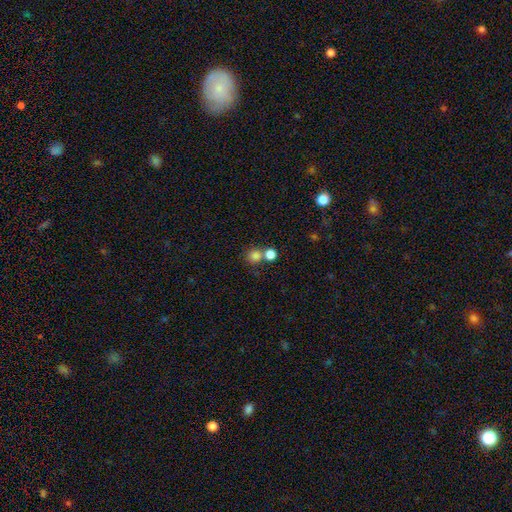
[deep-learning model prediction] Morphology: type=smooth (80%); roundness=round (89%); merging=none (57%).